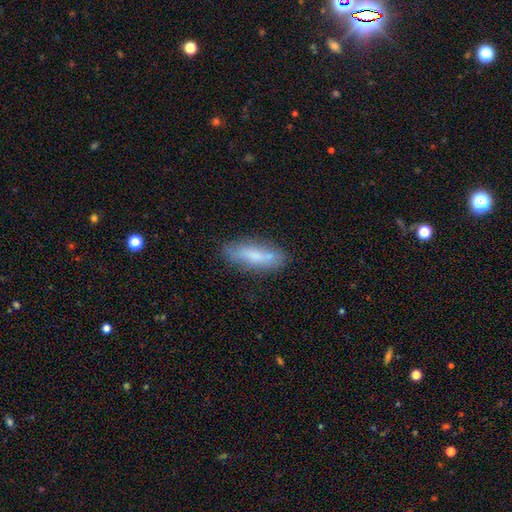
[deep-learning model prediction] smooth-or-featured: smooth: 66% | featured or disk: 27% | star or artifact: 7%
  how-rounded: cigar-shaped: 53% | in between: 45% | round: 2%
  merging: none: 72% | minor disturbance: 19% | major disturbance: 5% | merger: 4%